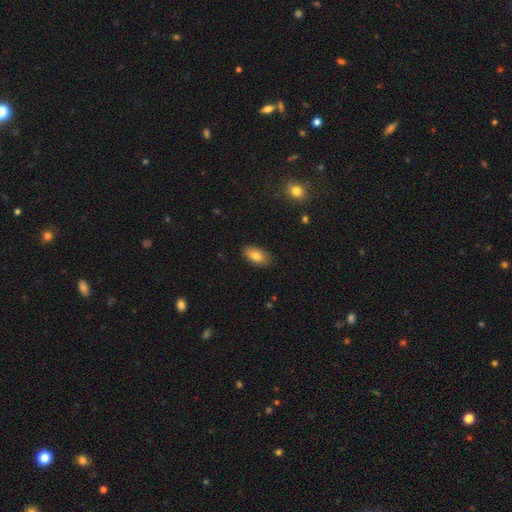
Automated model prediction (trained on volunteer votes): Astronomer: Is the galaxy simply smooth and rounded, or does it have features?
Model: smooth — 78%.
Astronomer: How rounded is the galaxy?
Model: in between — 89%.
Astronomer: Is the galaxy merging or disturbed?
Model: none — 86%.